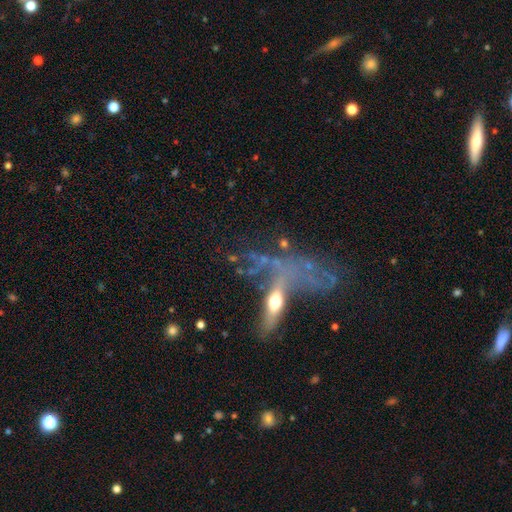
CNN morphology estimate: A featured or disk galaxy (56%). Merging: major disturbance (43%).